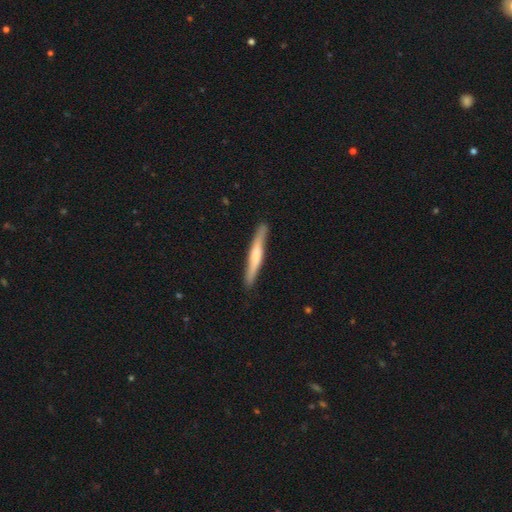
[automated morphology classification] The model was most divided on "smooth or featured": smooth: 50%, featured or disk: 45%, star or artifact: 5%. More confident: merging — none (88%).